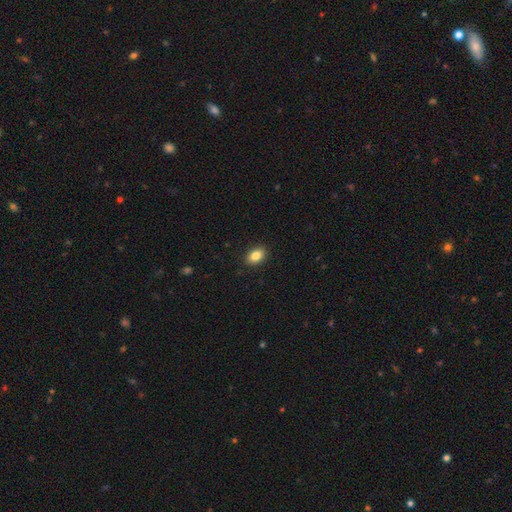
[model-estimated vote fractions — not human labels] smooth_or_featured: smooth (p=0.86) [alt: star or artifact p=0.09]
how_rounded: in between (p=0.82) [alt: round p=0.17]
merging: none (p=0.90) [alt: minor disturbance p=0.07]